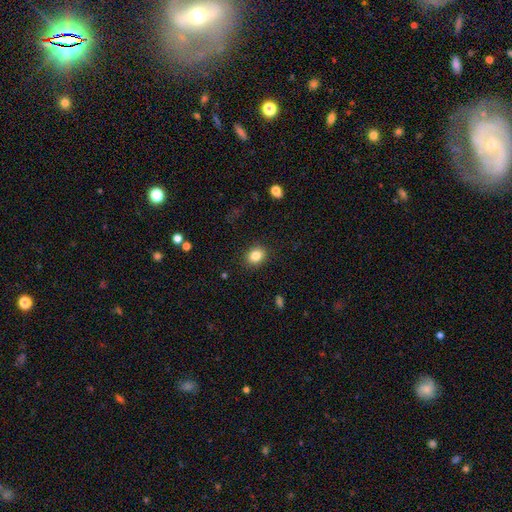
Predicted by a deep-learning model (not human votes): Morphology: type=smooth (83%); roundness=round (56%); merging=none (88%).